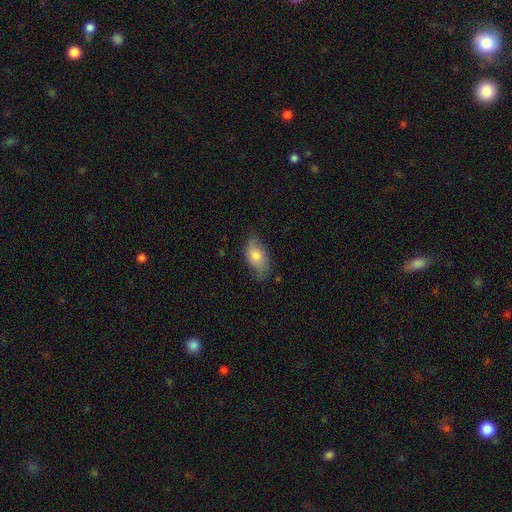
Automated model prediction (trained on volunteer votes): Smooth or featured? Predicted: smooth (p=0.73). How rounded? Predicted: in between (p=0.91). Merging? Predicted: none (p=0.66).